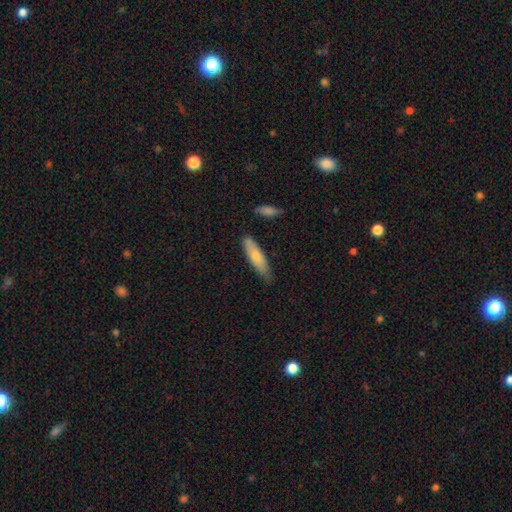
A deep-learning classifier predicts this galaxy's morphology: Smooth or featured?
  - smooth: 66% *
  - featured or disk: 28%
  - star or artifact: 6%
How rounded?
  - cigar-shaped: 70% *
  - in between: 28%
  - round: 2%
Merging?
  - none: 74% *
  - minor disturbance: 20%
  - major disturbance: 3%
  - merger: 2%